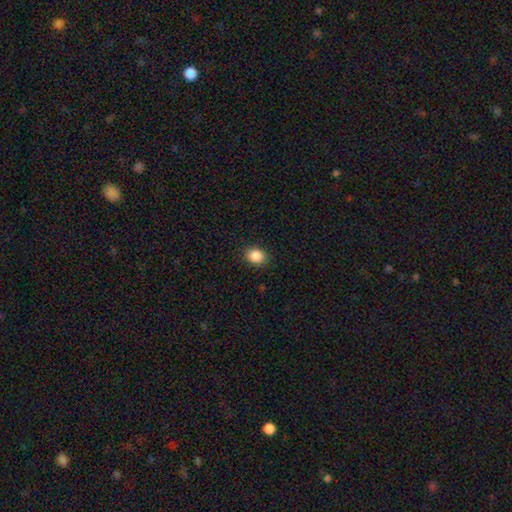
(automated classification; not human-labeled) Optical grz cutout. It shows a smooth galaxy with no disk features (88%) that is round (52%). Merging: none (89%).